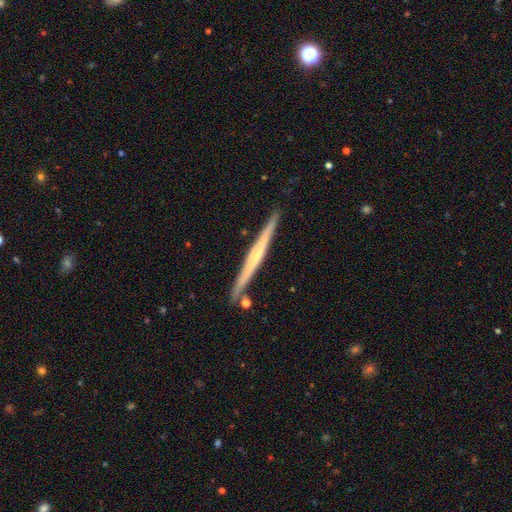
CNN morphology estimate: Smooth or featured? featured or disk (65%)
Edge-on disk? yes (98%)
Edge-on bulge? none (56%)
Merging? none (88%)